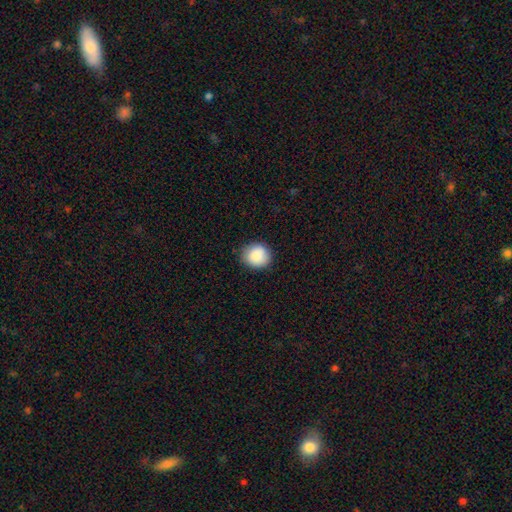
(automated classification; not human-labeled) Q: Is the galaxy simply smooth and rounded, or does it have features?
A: smooth — 88%.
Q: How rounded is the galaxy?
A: round — 80%.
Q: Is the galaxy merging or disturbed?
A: none — 85%.